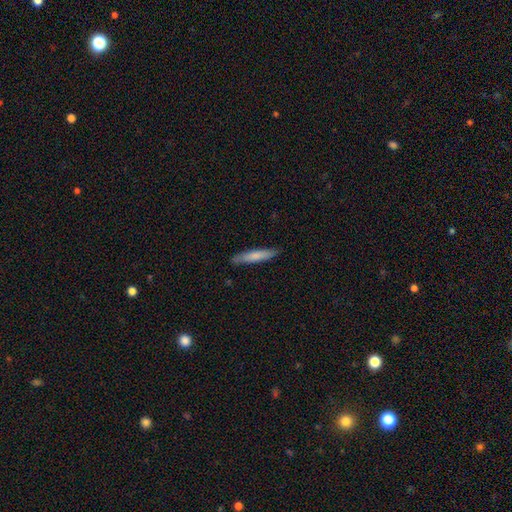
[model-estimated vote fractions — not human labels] Smooth or featured?
  - smooth: 74% *
  - featured or disk: 21%
  - star or artifact: 5%
How rounded?
  - cigar-shaped: 90% *
  - in between: 8%
  - round: 1%
Merging?
  - none: 88% *
  - minor disturbance: 10%
  - major disturbance: 2%
  - merger: 1%